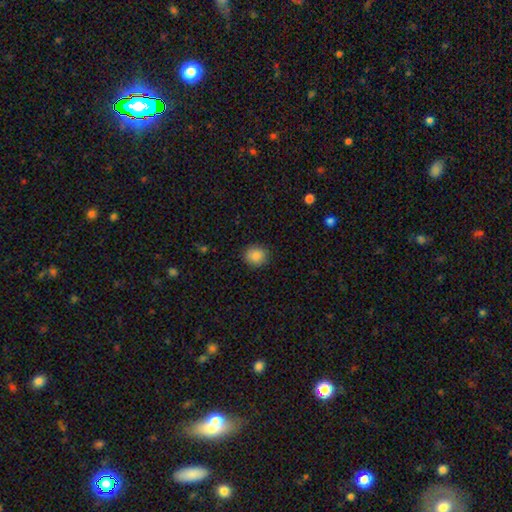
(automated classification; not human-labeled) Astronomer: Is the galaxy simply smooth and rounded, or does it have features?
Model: smooth — 87%.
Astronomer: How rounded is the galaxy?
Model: round — 77%.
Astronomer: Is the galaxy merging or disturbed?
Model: none — 89%.